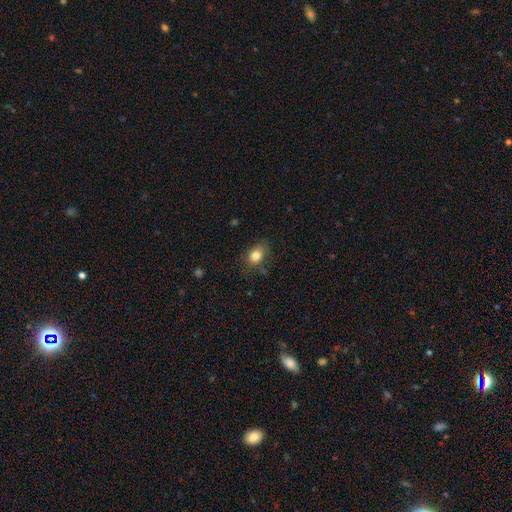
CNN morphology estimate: Smooth or featured?
  - smooth: 82% *
  - star or artifact: 10%
  - featured or disk: 8%
How rounded?
  - in between: 58% *
  - round: 40%
  - cigar-shaped: 1%
Merging?
  - none: 73% *
  - minor disturbance: 20%
  - major disturbance: 5%
  - merger: 2%